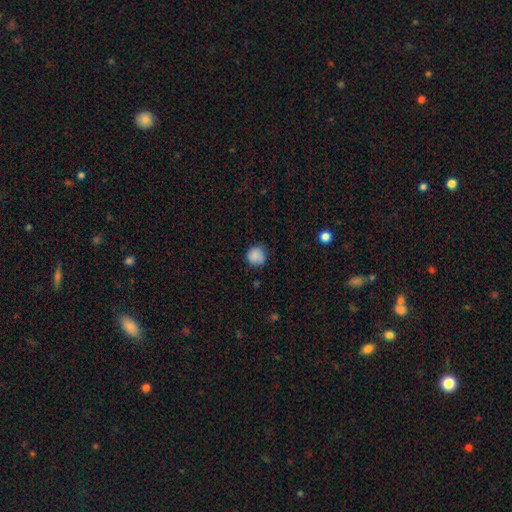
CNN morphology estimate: This appears to be a smooth galaxy with no disk features (87%) that is round (91%). Merging: none (78%).